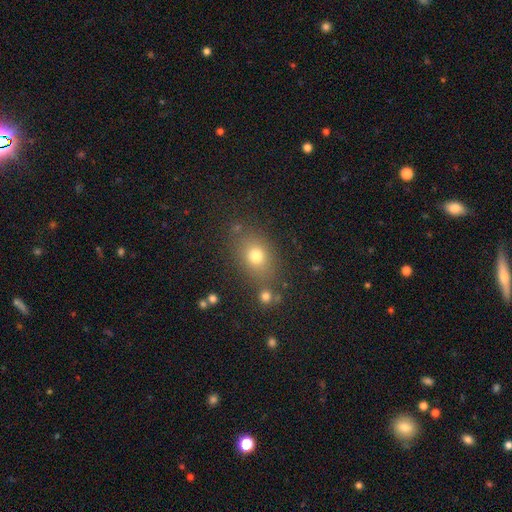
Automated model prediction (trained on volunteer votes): Smooth or featured? Predicted: smooth (p=0.73). How rounded? Predicted: in between (p=0.57). Merging? Predicted: none (p=0.75).